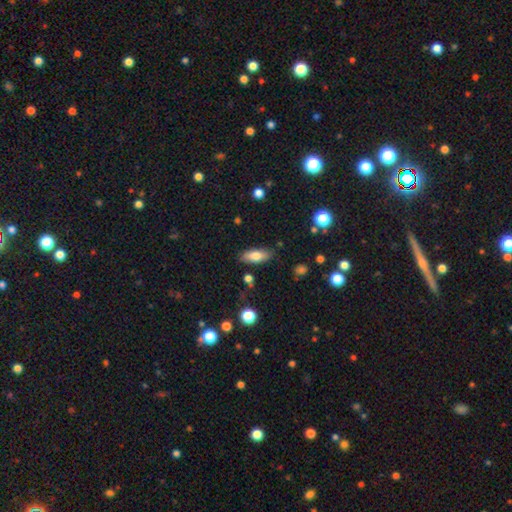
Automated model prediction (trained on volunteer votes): Smooth or featured?
  - smooth: 76% *
  - featured or disk: 17%
  - star or artifact: 7%
How rounded?
  - in between: 75% *
  - cigar-shaped: 22%
  - round: 3%
Merging?
  - none: 82% *
  - minor disturbance: 12%
  - merger: 3%
  - major disturbance: 3%